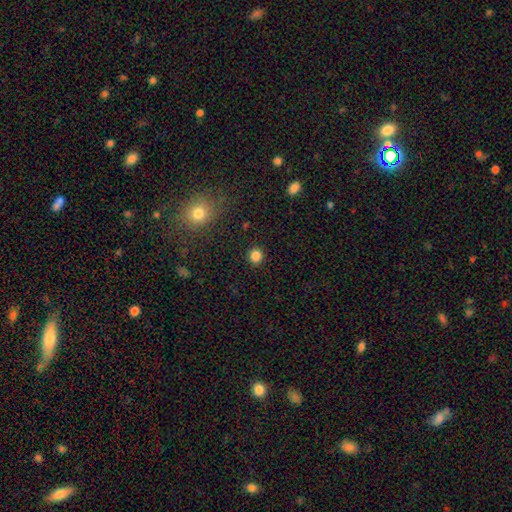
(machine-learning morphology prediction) Q: Smooth or featured?
A: smooth (84%); runner-up: star or artifact (12%)
Q: How rounded?
A: round (91%); runner-up: in between (8%)
Q: Merging?
A: none (91%); runner-up: minor disturbance (5%)